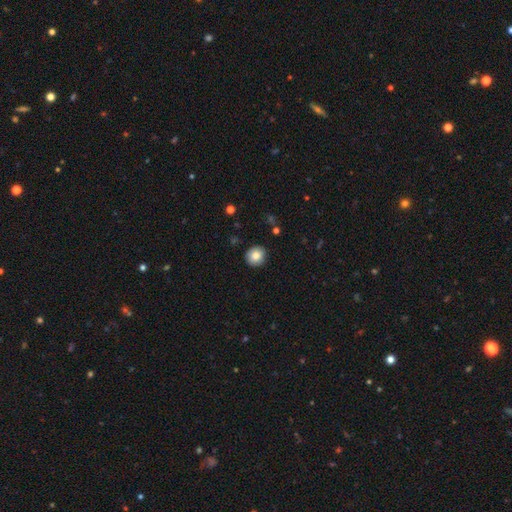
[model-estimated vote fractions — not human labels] Smooth or featured? Predicted: smooth (p=0.82). How rounded? Predicted: round (p=0.87). Merging? Predicted: none (p=0.88).